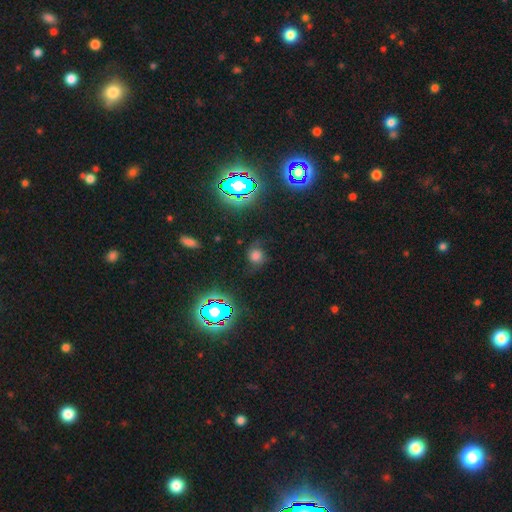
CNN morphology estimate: A smooth galaxy with no disk features (47%).

Vote fractions:
- Smooth or featured? smooth: 47% / star or artifact: 29% / featured or disk: 24%
- Merging? none: 65% / minor disturbance: 20% / major disturbance: 12% / merger: 2%